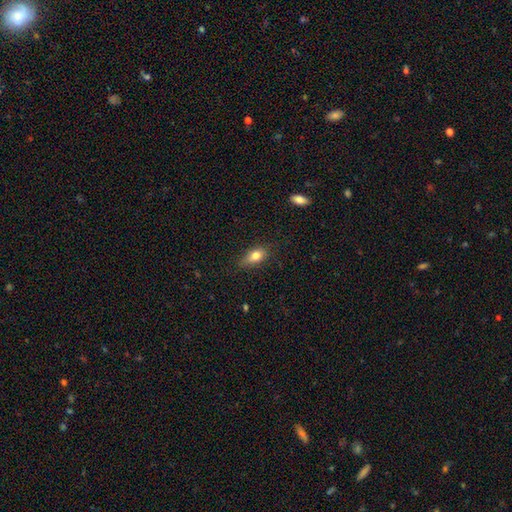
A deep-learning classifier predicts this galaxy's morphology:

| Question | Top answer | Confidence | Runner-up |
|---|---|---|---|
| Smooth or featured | smooth | 76% | featured or disk (15%) |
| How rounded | in between | 78% | round (12%) |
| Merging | none | 73% | minor disturbance (21%) |